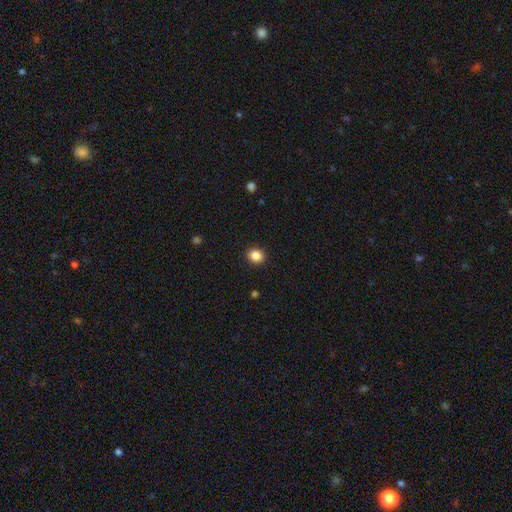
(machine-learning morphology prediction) smooth-or-featured: smooth: 87% | star or artifact: 10% | featured or disk: 3%
  how-rounded: round: 72% | in between: 27% | cigar-shaped: 1%
  merging: none: 92% | minor disturbance: 5% | major disturbance: 2% | merger: 1%